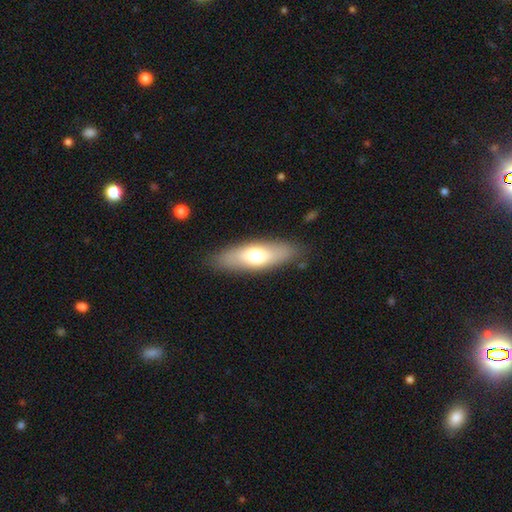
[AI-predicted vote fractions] A smooth galaxy with no disk features (62%) that is in between round and cigar-shaped (61%).

Vote fractions:
- Smooth or featured? smooth: 62% / featured or disk: 31% / star or artifact: 6%
- How rounded? in between: 61% / cigar-shaped: 36% / round: 3%
- Merging? none: 86% / minor disturbance: 10% / major disturbance: 3% / merger: 1%